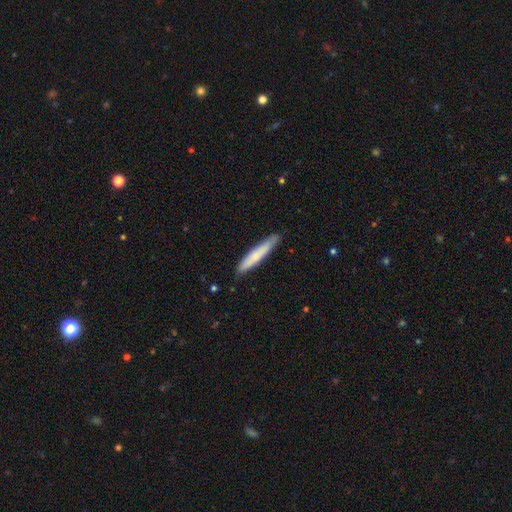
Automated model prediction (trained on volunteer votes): Smooth or featured? Predicted: smooth (p=0.69). How rounded? Predicted: cigar-shaped (p=0.93). Merging? Predicted: none (p=0.85).